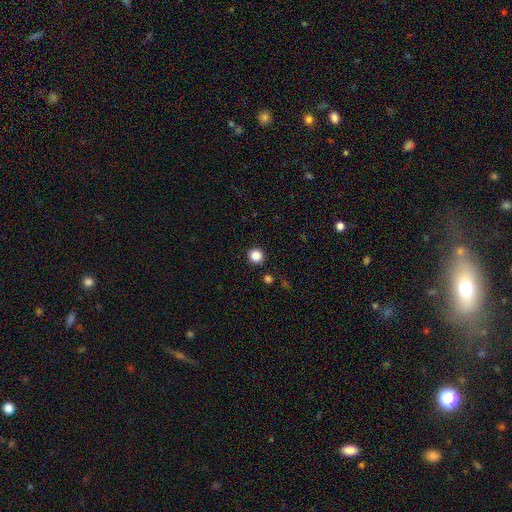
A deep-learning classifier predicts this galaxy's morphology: Smooth or featured?
  - smooth: 86% *
  - star or artifact: 11%
  - featured or disk: 3%
How rounded?
  - round: 93% *
  - in between: 6%
  - cigar-shaped: 1%
Merging?
  - none: 91% *
  - minor disturbance: 5%
  - merger: 2%
  - major disturbance: 2%